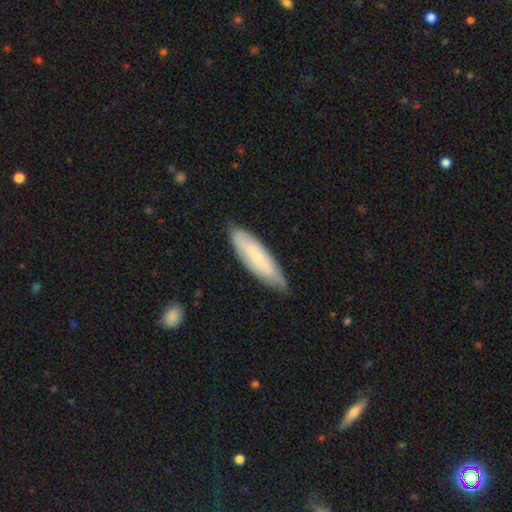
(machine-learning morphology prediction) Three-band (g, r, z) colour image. It shows a smooth galaxy with no disk features (57%) that is cigar-shaped (61%). Merging: none (75%).